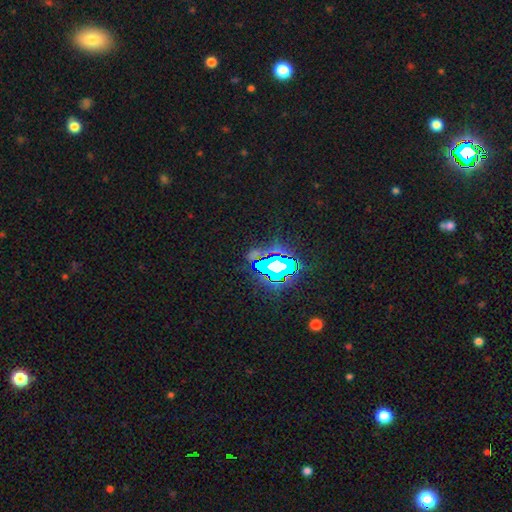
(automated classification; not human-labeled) Smooth or featured: star or artifact — 72% (smooth — 16%)